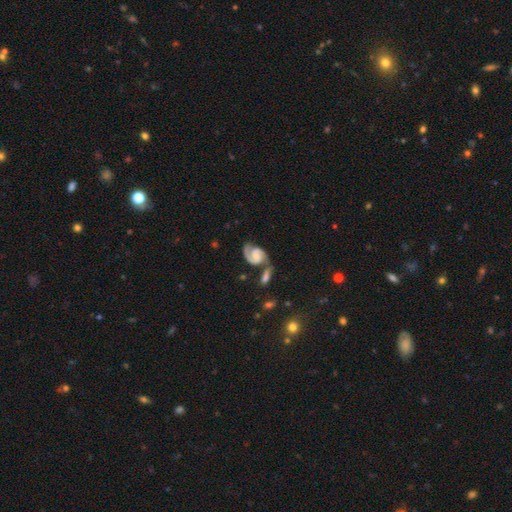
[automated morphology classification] Smooth or featured: featured or disk — 86% (smooth — 9%)
Edge-on disk: no — 98% (yes — 2%)
Bar: no — 52% (weak — 36%)
Spiral arms: yes — 97% (no — 3%)
Spiral winding: medium — 51% (tight — 31%)
Spiral arm count: 2 — 86% (1 — 8%)
Bulge size: small — 37% (none — 28%)
Merging: none — 47% (merger — 24%)